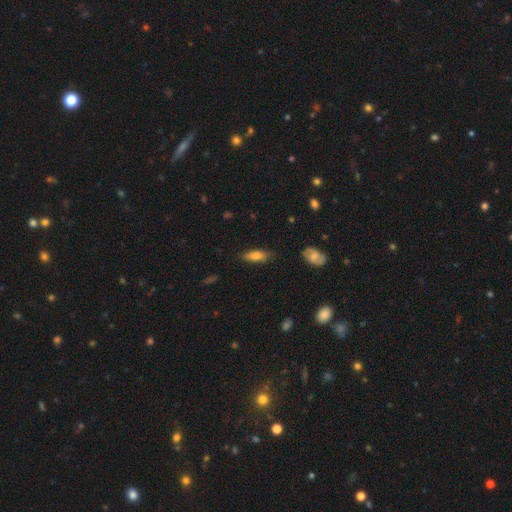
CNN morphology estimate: smooth 72%, featured or disk 21%, star or artifact 7%. Down the decision tree: how rounded — in between (59%); merging — none (75%).